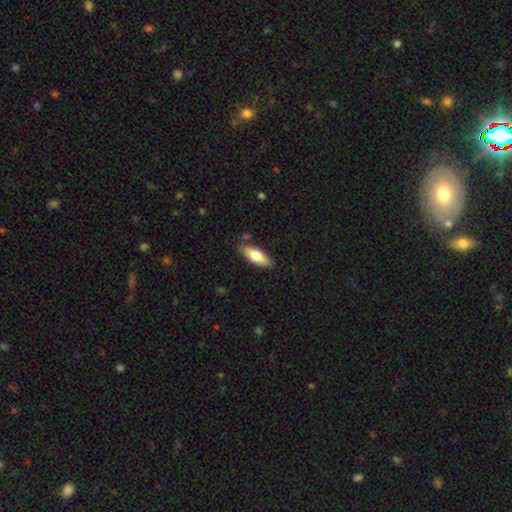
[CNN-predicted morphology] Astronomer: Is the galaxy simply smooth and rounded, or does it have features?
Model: smooth — 72%.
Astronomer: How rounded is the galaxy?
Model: in between — 66%.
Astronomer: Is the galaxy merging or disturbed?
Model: none — 81%.